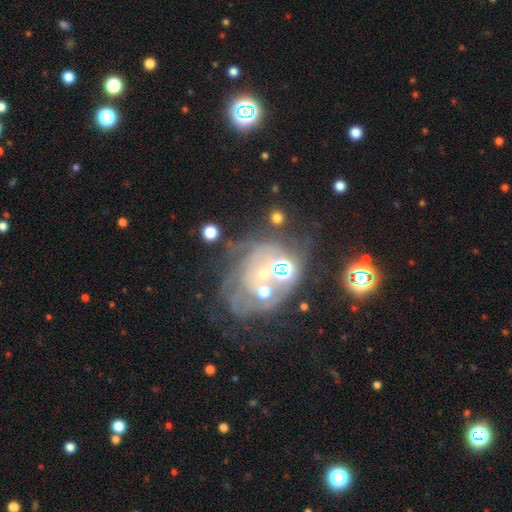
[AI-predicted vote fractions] A featured or disk galaxy (60%) with no bar (81%), spiral arms (53%) and a small central bulge (50%).

Vote fractions:
- Smooth or featured? featured or disk: 60% / star or artifact: 24% / smooth: 16%
- Edge-on disk? no: 97% / yes: 3%
- Bar? no: 81% / weak: 14% / strong: 6%
- Spiral arms? yes: 53% / no: 47%
- Bulge size? small: 50% / moderate: 31% / none: 12% / large: 4% / dominant: 3%
- Merging? none: 42% / merger: 26% / major disturbance: 16% / minor disturbance: 15%